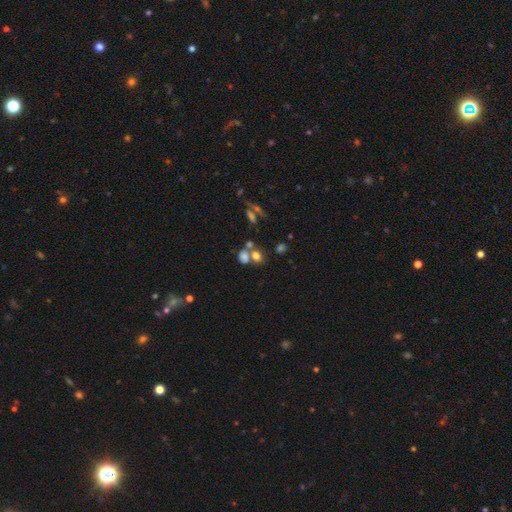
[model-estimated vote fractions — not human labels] smooth_or_featured: smooth (p=0.68) [alt: star or artifact p=0.17]
how_rounded: round (p=0.50) [alt: in between p=0.48]
merging: merger (p=0.45) [alt: none p=0.39]